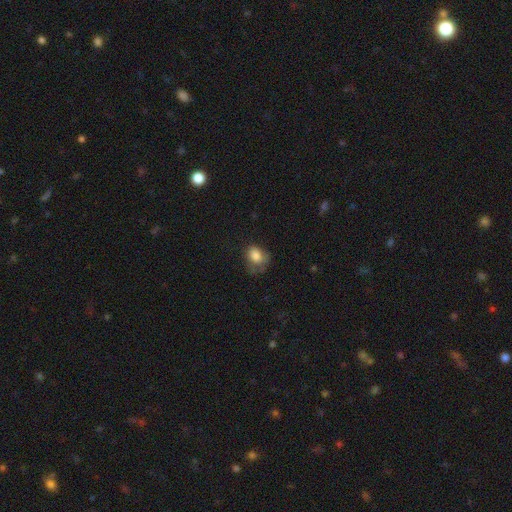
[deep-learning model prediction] smooth_or_featured: smooth (p=0.79) [alt: featured or disk p=0.12]
how_rounded: in between (p=0.55) [alt: round p=0.44]
merging: none (p=0.40) [alt: minor disturbance p=0.32]